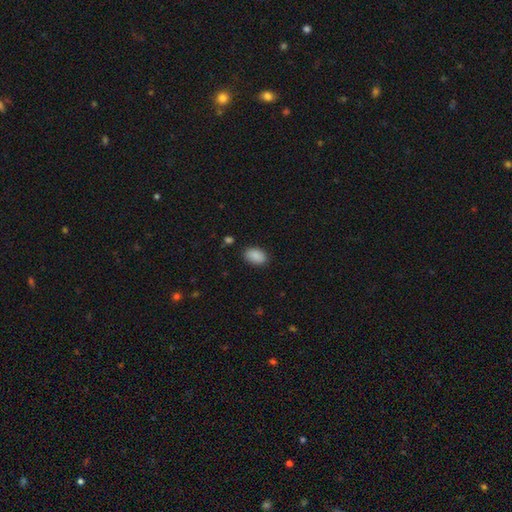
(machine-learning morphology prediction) A smooth galaxy with no disk features (89%) that is in between round and cigar-shaped (90%). Merging: none (86%).